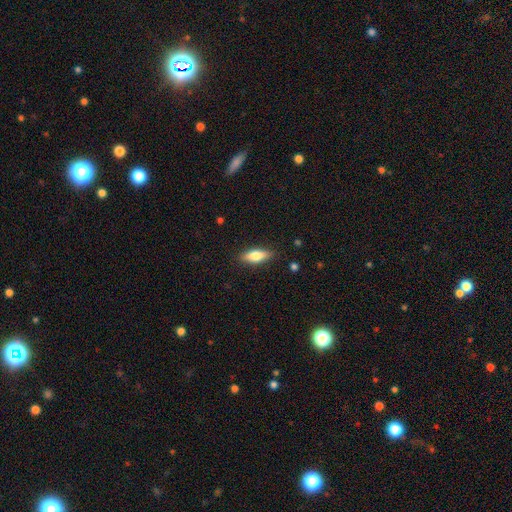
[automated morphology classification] Smooth or featured? smooth (69%)
How rounded? in between (64%)
Merging? none (86%)